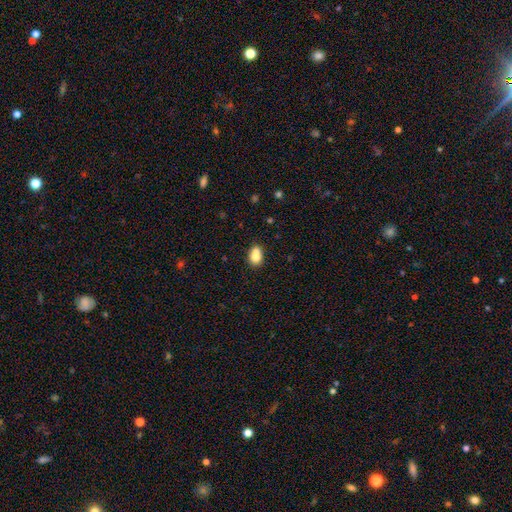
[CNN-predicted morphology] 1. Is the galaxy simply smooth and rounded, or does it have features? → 77% smooth, 14% featured or disk, 10% star or artifact.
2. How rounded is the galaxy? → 60% in between, 38% round, 1% cigar-shaped.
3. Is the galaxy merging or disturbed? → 43% merger, 40% none, 13% minor disturbance, 4% major disturbance.